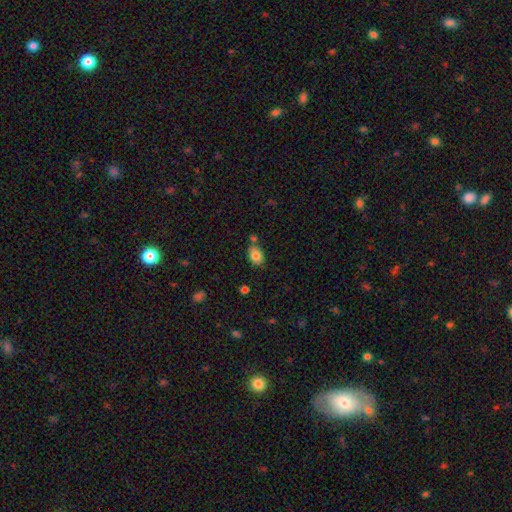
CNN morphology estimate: Smooth or featured: smooth — 84% (star or artifact — 9%)
How rounded: in between — 80% (round — 19%)
Merging: none — 64% (minor disturbance — 17%)